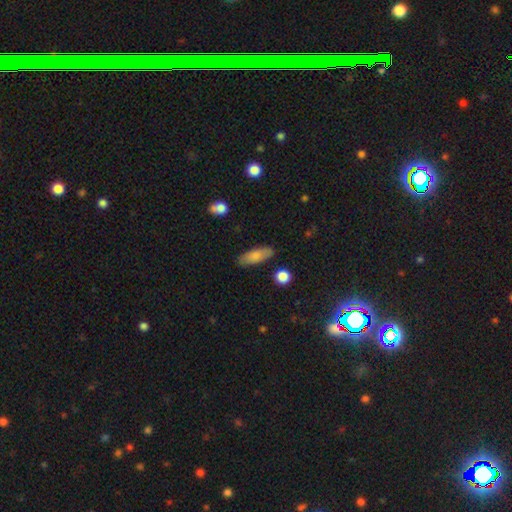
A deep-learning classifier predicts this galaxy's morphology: A smooth galaxy with no disk features (80%) that is in between round and cigar-shaped (63%). Merging: none (83%).